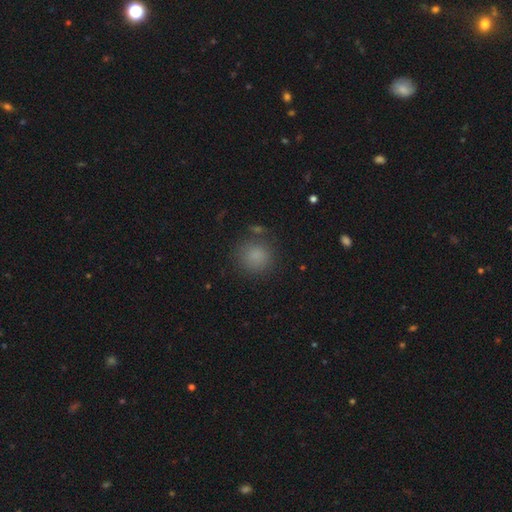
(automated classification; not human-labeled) This is clearly a smooth galaxy (83%). How rounded: clearly round (90%). Merging: clearly none (83%).